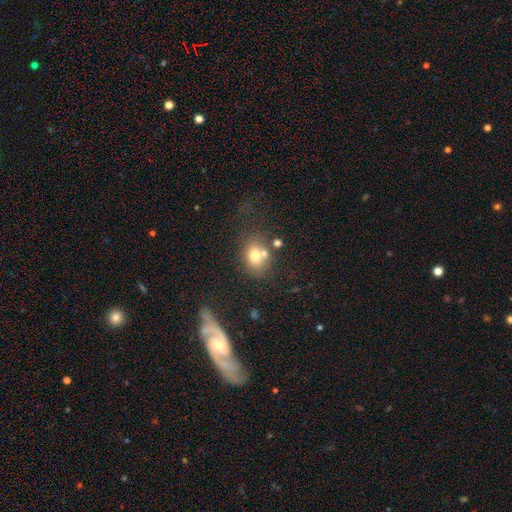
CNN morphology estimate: Smooth or featured? smooth (70%)
How rounded? round (50%)
Merging? none (50%)